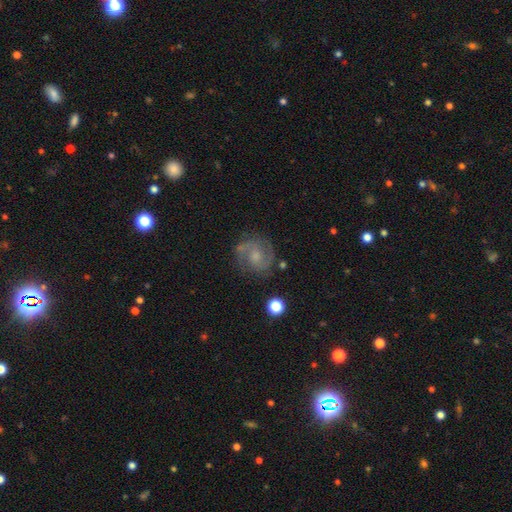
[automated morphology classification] type=featured or disk (77%); edge-on=no (98%); bar=no (49%); spiral arms=yes (95%); winding=medium (52%); arm count=2 (84%); bulge=small (41%); merging=none (76%).